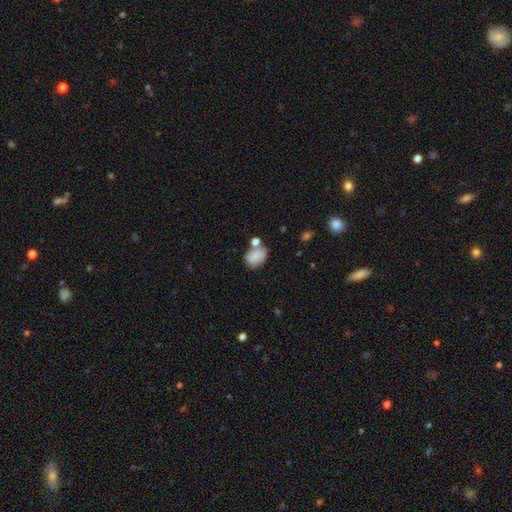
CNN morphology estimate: smooth 80%, featured or disk 11%, star or artifact 9%. Down the decision tree: how rounded — in between (69%); merging — none (53%).